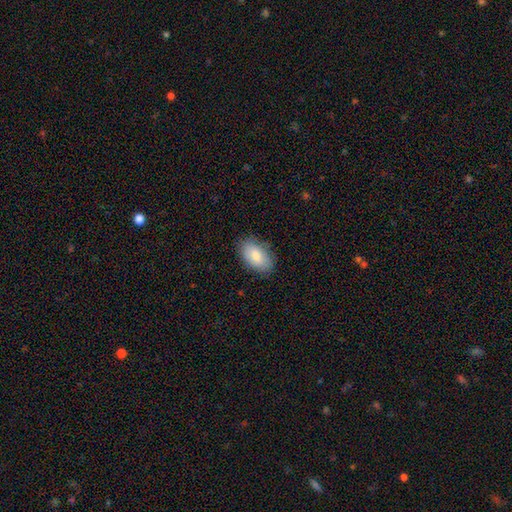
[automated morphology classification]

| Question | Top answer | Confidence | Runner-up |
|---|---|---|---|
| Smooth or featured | smooth | 78% | featured or disk (15%) |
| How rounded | in between | 93% | round (5%) |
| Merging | none | 82% | minor disturbance (14%) |